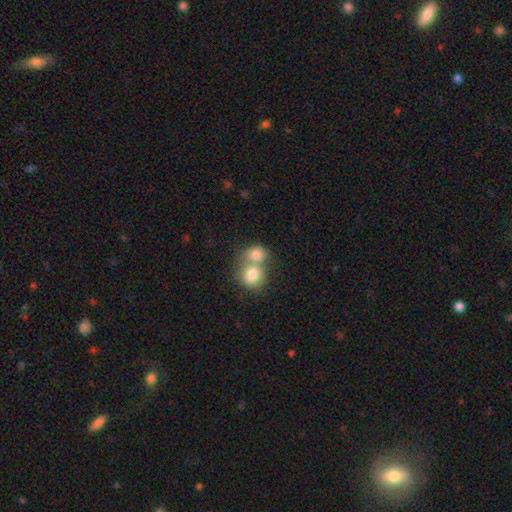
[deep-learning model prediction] Smooth or featured? smooth (79%)
How rounded? round (68%)
Merging? merger (65%)